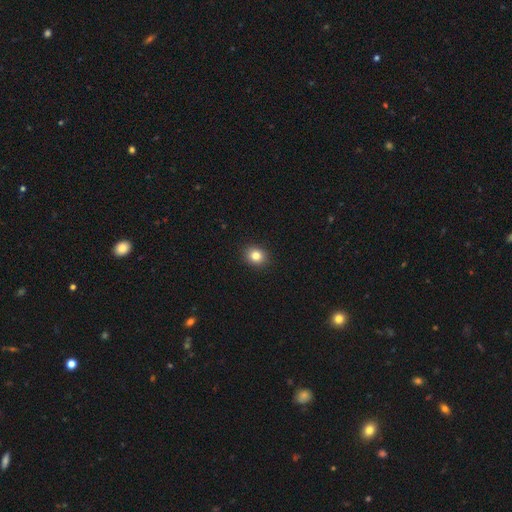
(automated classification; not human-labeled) Smooth or featured? smooth (82%)
How rounded? round (69%)
Merging? none (92%)